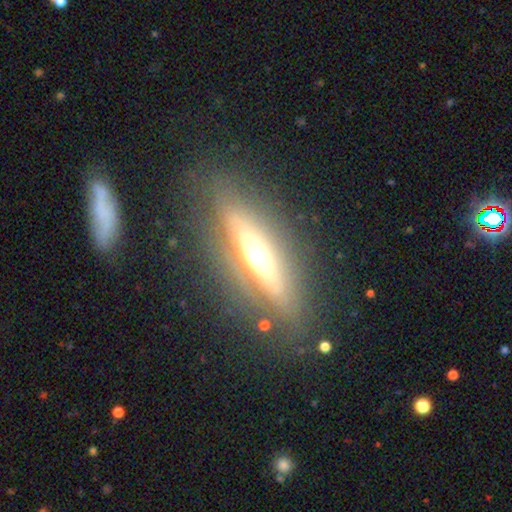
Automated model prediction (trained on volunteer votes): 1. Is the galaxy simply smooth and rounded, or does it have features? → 68% featured or disk, 24% smooth, 8% star or artifact.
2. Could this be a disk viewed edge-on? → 82% yes, 18% no.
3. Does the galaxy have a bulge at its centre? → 87% rounded, 7% boxy, 6% none.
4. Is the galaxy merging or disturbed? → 77% none, 14% minor disturbance, 6% major disturbance, 3% merger.